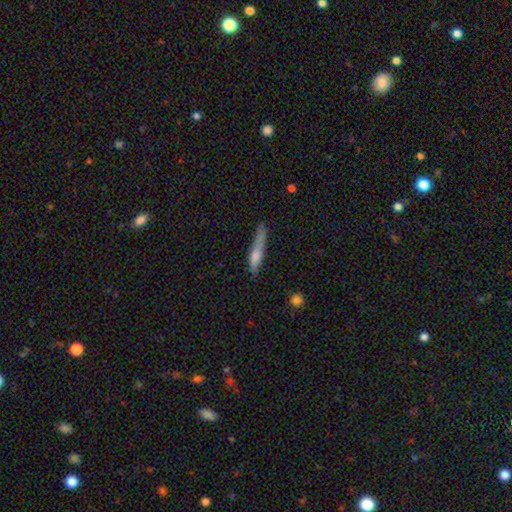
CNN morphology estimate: Smooth or featured: smooth — 63% (featured or disk — 30%)
How rounded: cigar-shaped — 90% (in between — 8%)
Merging: none — 58% (minor disturbance — 27%)